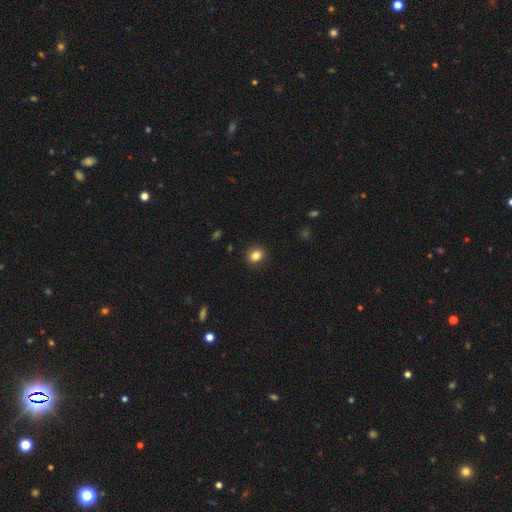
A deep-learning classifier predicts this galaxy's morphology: smooth_or_featured: smooth (p=0.84) [alt: star or artifact p=0.11]
how_rounded: round (p=0.72) [alt: in between p=0.27]
merging: none (p=0.91) [alt: minor disturbance p=0.07]